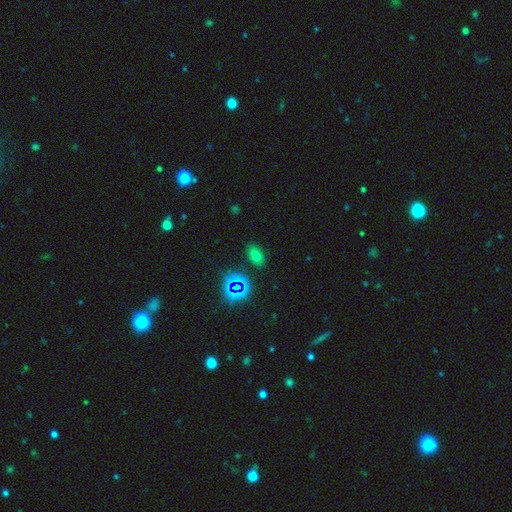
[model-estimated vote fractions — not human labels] smooth-or-featured: smooth: 63% | star or artifact: 28% | featured or disk: 10%
  how-rounded: in between: 85% | round: 13% | cigar-shaped: 2%
  merging: none: 84% | minor disturbance: 10% | major disturbance: 3% | merger: 3%